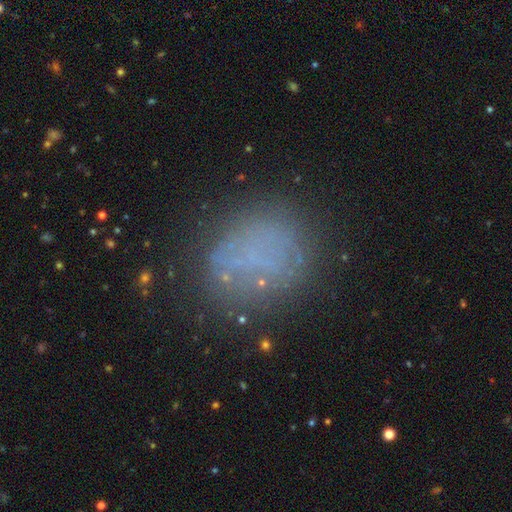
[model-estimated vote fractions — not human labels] Q: Smooth or featured?
A: smooth (55%); runner-up: featured or disk (24%)
Q: How rounded?
A: round (65%); runner-up: in between (34%)
Q: Merging?
A: none (73%); runner-up: minor disturbance (15%)